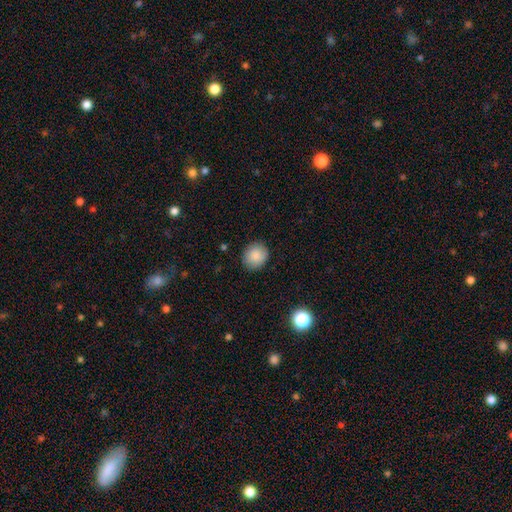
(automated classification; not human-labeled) This appears to be a smooth galaxy with no disk features (88%) that is round (80%). Merging: none (88%).